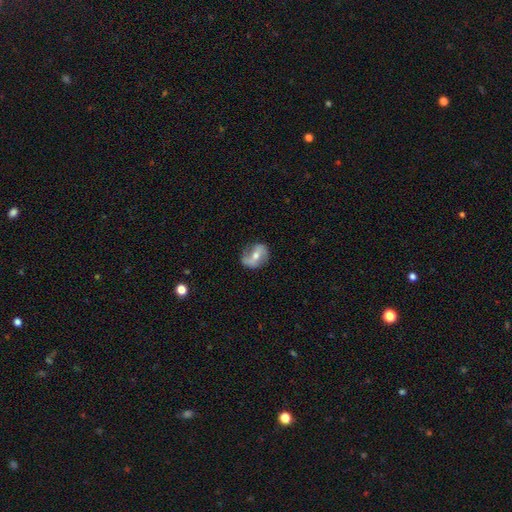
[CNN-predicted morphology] smooth_or_featured: featured or disk (p=0.66) [alt: smooth p=0.26]
disk_edge_on: no (p=0.95) [alt: yes p=0.05]
bar: weak (p=0.35) [tied with: strong p=0.35]
has_spiral_arms: yes (p=0.80) [alt: no p=0.20]
spiral_winding: loose (p=0.49) [alt: medium p=0.34]
spiral_arm_count: 2 (p=0.82) [alt: can't tell p=0.08]
bulge_size: moderate (p=0.64) [alt: small p=0.30]
merging: none (p=0.70) [alt: minor disturbance p=0.20]